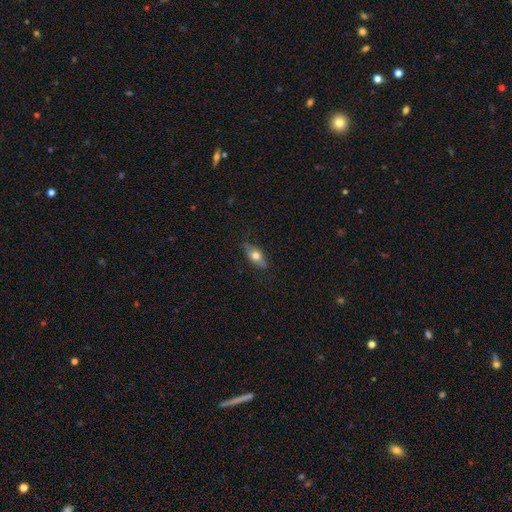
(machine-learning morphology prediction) The model was most divided on "smooth or featured": smooth: 60%, featured or disk: 34%, star or artifact: 7%. More confident: merging — none (81%); how rounded — in between (74%).